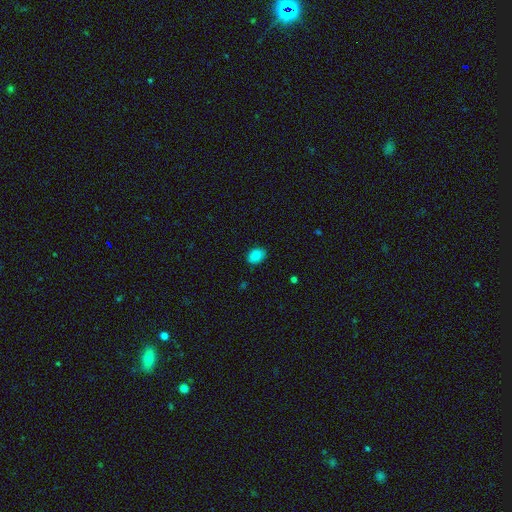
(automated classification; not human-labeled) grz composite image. It shows a smooth galaxy with no disk features (87%) that is in between round and cigar-shaped (75%). Merging: none (84%).